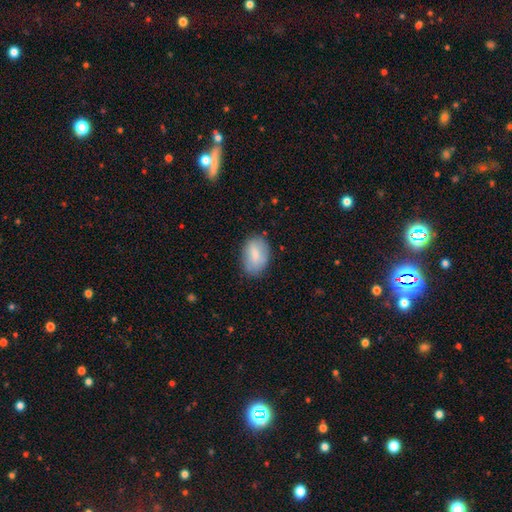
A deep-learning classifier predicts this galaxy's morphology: Smooth or featured? Predicted: smooth (p=0.77). How rounded? Predicted: in between (p=0.87). Merging? Predicted: none (p=0.74).